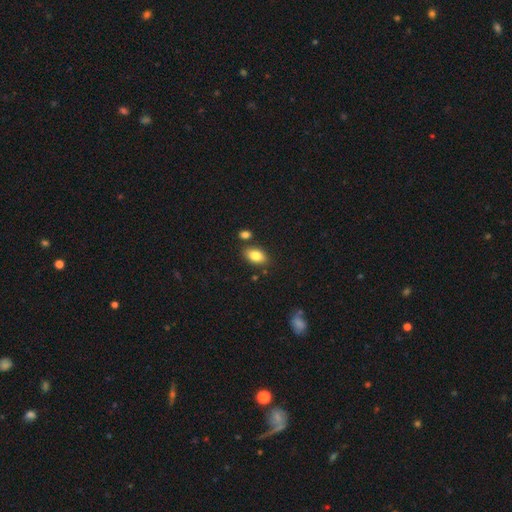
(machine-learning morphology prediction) This is clearly a smooth galaxy (82%). How rounded: clearly in between (91%). Merging: clearly none (80%).